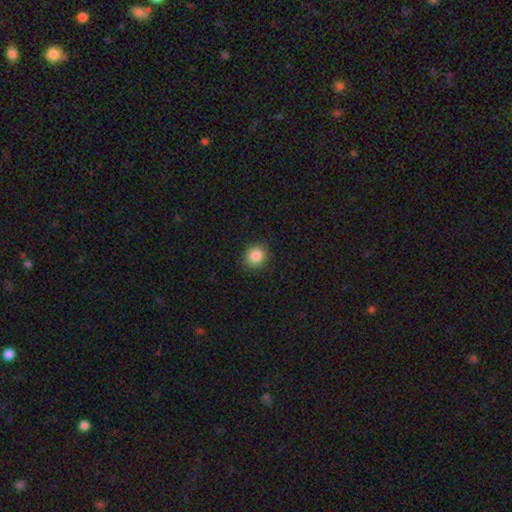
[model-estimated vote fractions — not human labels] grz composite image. It shows a smooth galaxy with no disk features (86%) that is round (78%). Merging: none (89%).